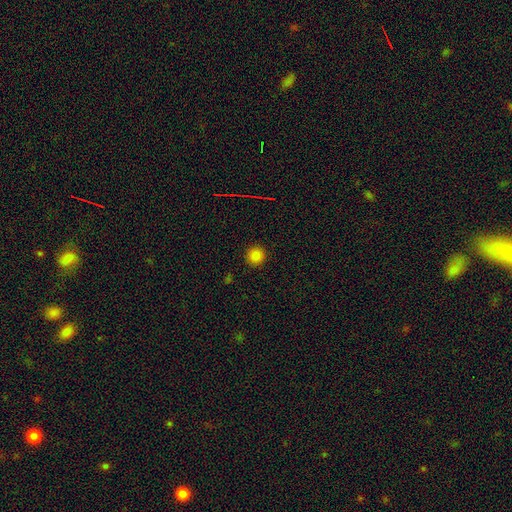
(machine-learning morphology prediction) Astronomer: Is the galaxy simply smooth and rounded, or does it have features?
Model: smooth — 83%.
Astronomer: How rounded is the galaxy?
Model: round — 94%.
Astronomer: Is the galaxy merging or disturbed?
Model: none — 92%.